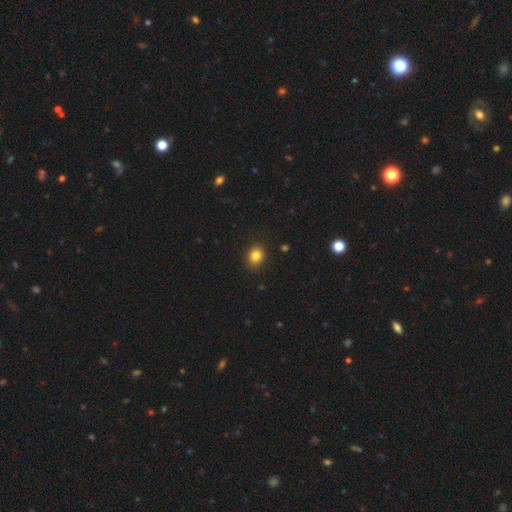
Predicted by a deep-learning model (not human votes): Q: Smooth or featured?
A: smooth (83%); runner-up: star or artifact (11%)
Q: How rounded?
A: round (59%); runner-up: in between (40%)
Q: Merging?
A: none (89%); runner-up: minor disturbance (8%)